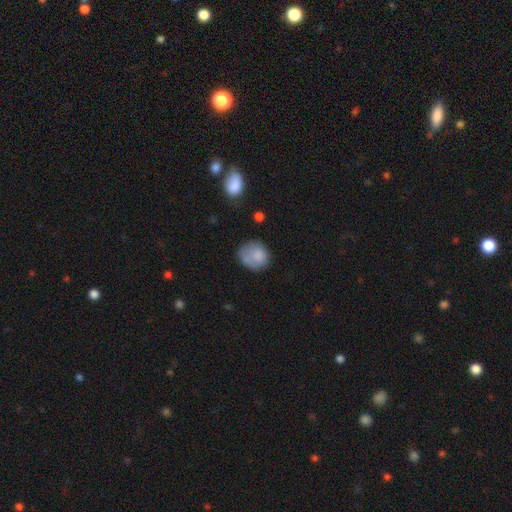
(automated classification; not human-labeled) A smooth galaxy with no disk features (79%) that is round (72%). Merging: none (55%).